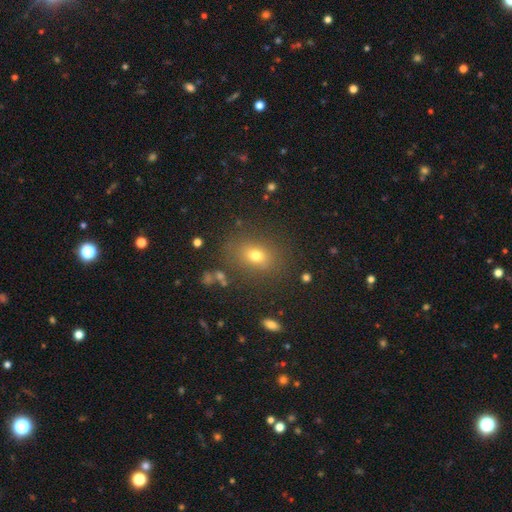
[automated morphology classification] The model was most divided on "how rounded": in between: 59%, round: 39%, cigar-shaped: 2%. More confident: merging — none (80%); smooth or featured — smooth (71%).